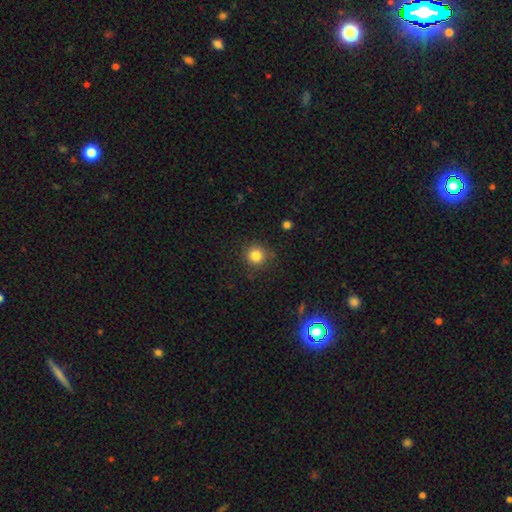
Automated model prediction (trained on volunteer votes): The model was most divided on "smooth or featured": smooth: 83%, star or artifact: 12%, featured or disk: 5%. More confident: how rounded — round (93%); merging — none (87%).